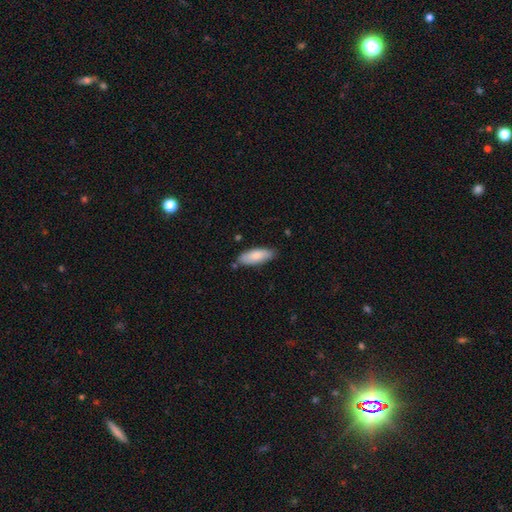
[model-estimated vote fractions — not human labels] Overall: smooth (83%). How rounded: in between (74%). Merging: none (78%).